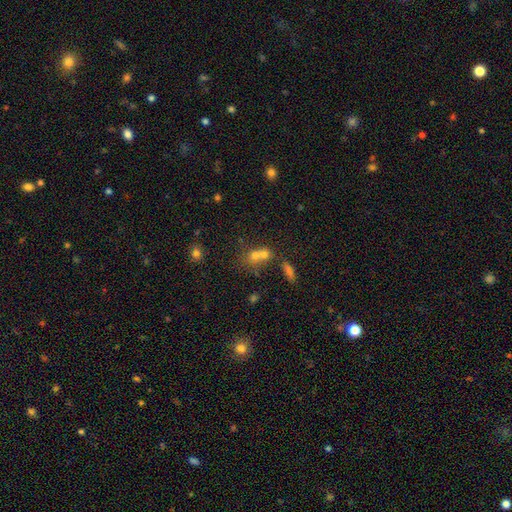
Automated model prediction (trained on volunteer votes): Q: Smooth or featured?
A: smooth (63%); runner-up: star or artifact (20%)
Q: How rounded?
A: round (64%); runner-up: in between (34%)
Q: Merging?
A: merger (57%); runner-up: none (32%)